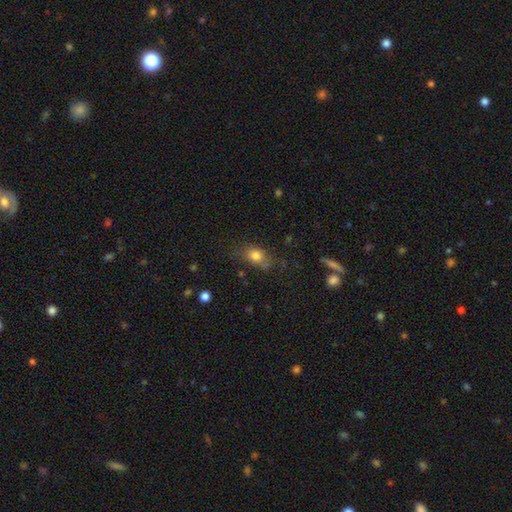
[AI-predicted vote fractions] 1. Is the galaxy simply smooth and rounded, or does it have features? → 79% smooth, 11% star or artifact, 10% featured or disk.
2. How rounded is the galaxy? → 59% in between, 38% round, 3% cigar-shaped.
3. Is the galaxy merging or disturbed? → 65% none, 23% minor disturbance, 8% major disturbance, 4% merger.